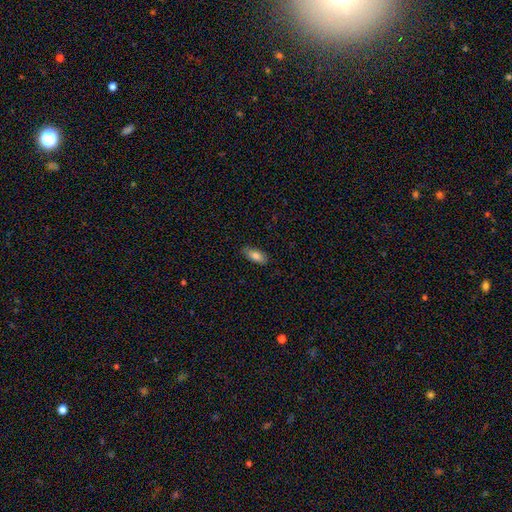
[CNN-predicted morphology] Q: Smooth or featured?
A: smooth (82%); runner-up: featured or disk (11%)
Q: How rounded?
A: in between (84%); runner-up: cigar-shaped (14%)
Q: Merging?
A: none (84%); runner-up: minor disturbance (12%)